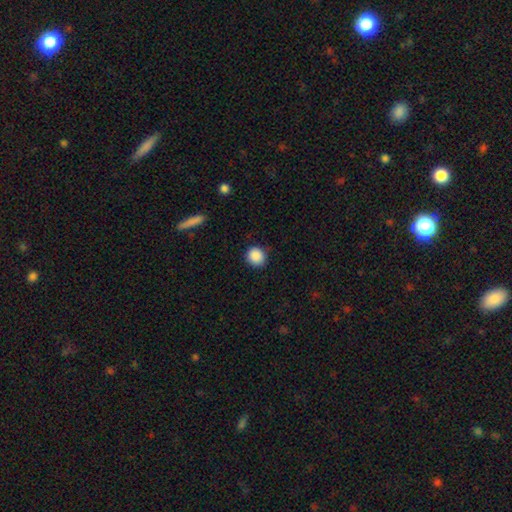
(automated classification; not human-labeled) This appears to be a smooth galaxy with no disk features (89%) that is round (83%). Merging: none (87%).